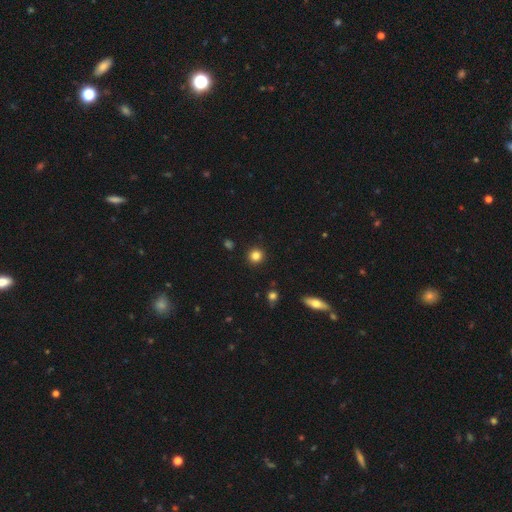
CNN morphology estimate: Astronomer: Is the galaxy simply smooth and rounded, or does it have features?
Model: smooth — 84%.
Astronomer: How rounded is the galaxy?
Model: round — 94%.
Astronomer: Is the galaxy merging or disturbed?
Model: none — 92%.